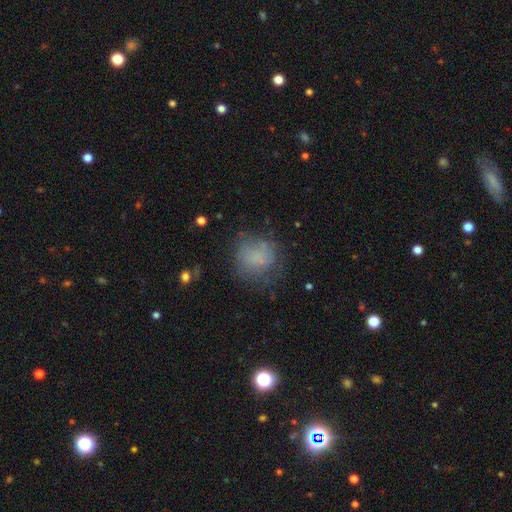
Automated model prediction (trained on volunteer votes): smooth-or-featured: smooth: 66% | featured or disk: 20% | star or artifact: 14%
  how-rounded: round: 78% | in between: 21% | cigar-shaped: 1%
  merging: none: 61% | minor disturbance: 22% | major disturbance: 15% | merger: 2%